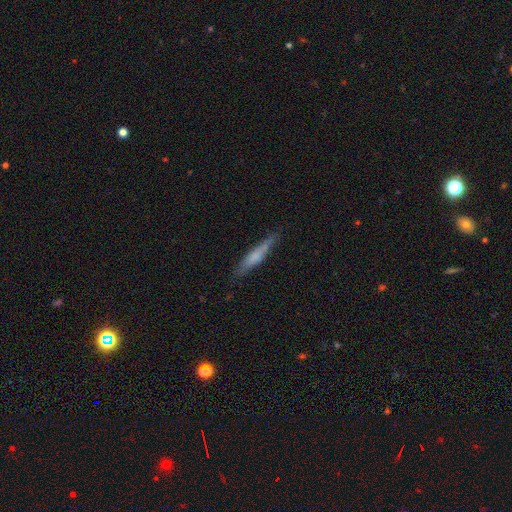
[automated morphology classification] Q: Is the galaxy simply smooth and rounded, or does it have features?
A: smooth — 61%.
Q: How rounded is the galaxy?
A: cigar-shaped — 91%.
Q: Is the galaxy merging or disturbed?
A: none — 81%.